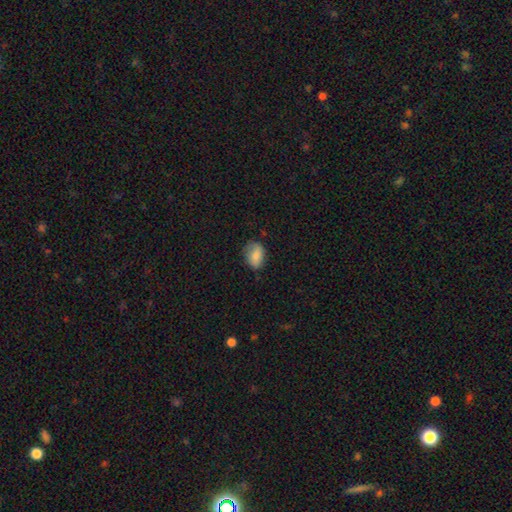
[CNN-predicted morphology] A smooth galaxy with no disk features (79%) that is in between round and cigar-shaped (80%).

Vote fractions:
- Smooth or featured? smooth: 79% / featured or disk: 14% / star or artifact: 8%
- How rounded? in between: 80% / round: 19% / cigar-shaped: 2%
- Merging? none: 69% / minor disturbance: 24% / major disturbance: 6% / merger: 1%